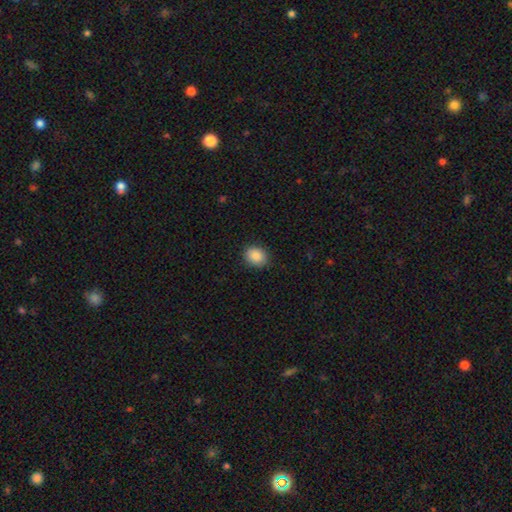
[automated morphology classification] Smooth or featured: smooth — 88% (star or artifact — 8%)
How rounded: round — 58% (in between — 42%)
Merging: none — 88% (minor disturbance — 8%)